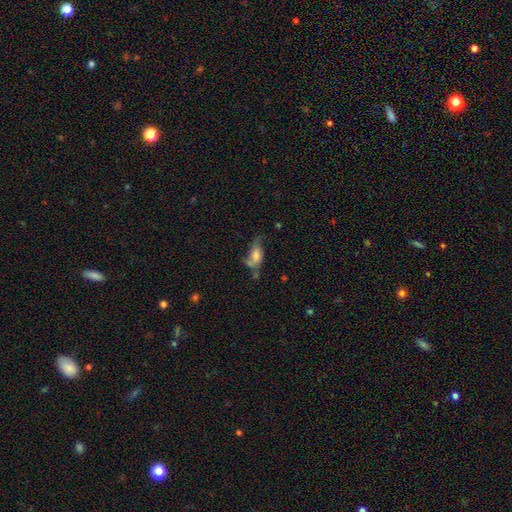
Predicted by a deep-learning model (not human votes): Smooth or featured: featured or disk — 46% (smooth — 44%)
Merging: none — 35% (major disturbance — 28%)